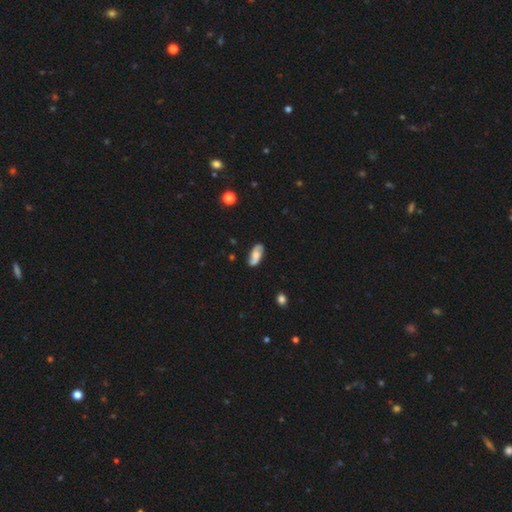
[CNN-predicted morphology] featured or disk 50%, smooth 42%, star or artifact 7%. Down the decision tree: edge-on disk — no (91%); merging — none (81%).